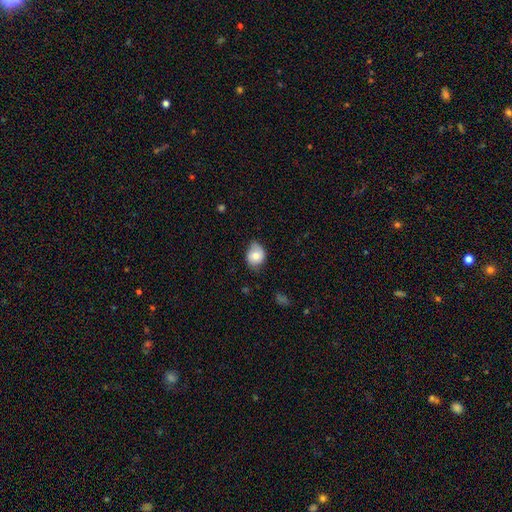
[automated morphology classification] smooth-or-featured: smooth: 72% | featured or disk: 20% | star or artifact: 8%
  how-rounded: in between: 50% | round: 49% | cigar-shaped: 1%
  merging: none: 56% | minor disturbance: 35% | major disturbance: 7% | merger: 1%